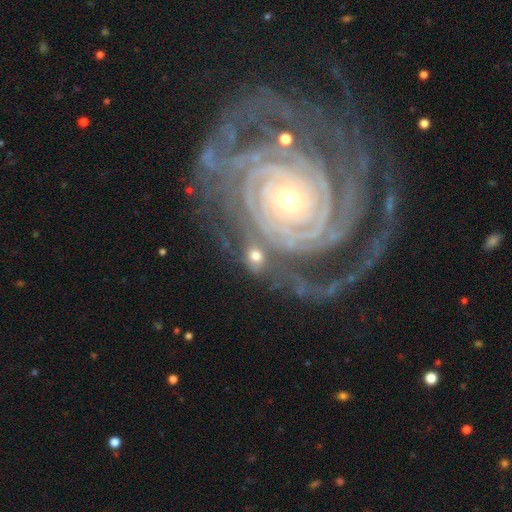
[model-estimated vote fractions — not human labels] smooth_or_featured: featured or disk (p=0.48) [alt: smooth p=0.40]
merging: none (p=0.56) [alt: minor disturbance p=0.17]